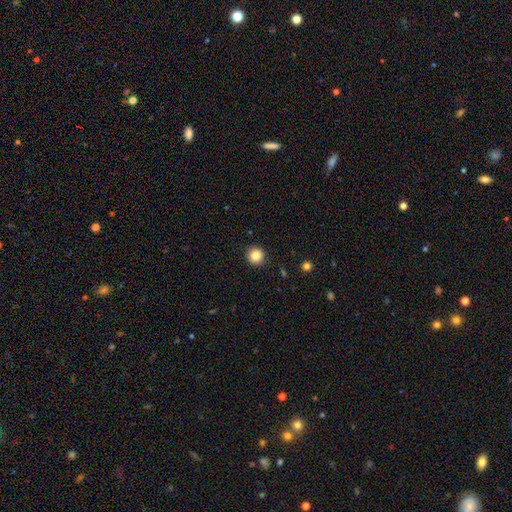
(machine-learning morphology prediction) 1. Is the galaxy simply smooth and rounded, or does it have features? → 85% smooth, 10% star or artifact, 5% featured or disk.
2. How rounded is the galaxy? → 95% round, 4% in between, 1% cigar-shaped.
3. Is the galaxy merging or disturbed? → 92% none, 5% minor disturbance, 2% major disturbance, 1% merger.